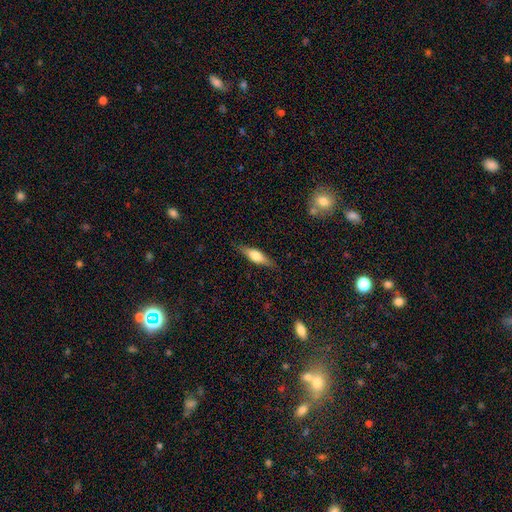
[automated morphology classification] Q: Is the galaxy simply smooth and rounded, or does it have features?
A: smooth — 54%.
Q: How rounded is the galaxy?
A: cigar-shaped — 57%.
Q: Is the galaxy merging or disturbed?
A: none — 84%.